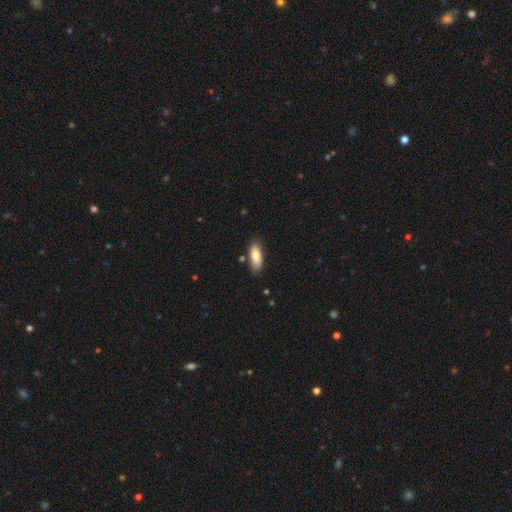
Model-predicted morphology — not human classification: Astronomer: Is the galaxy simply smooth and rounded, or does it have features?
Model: smooth — 83%.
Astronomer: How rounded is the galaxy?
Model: in between — 74%.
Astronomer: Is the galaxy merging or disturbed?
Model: none — 78%.